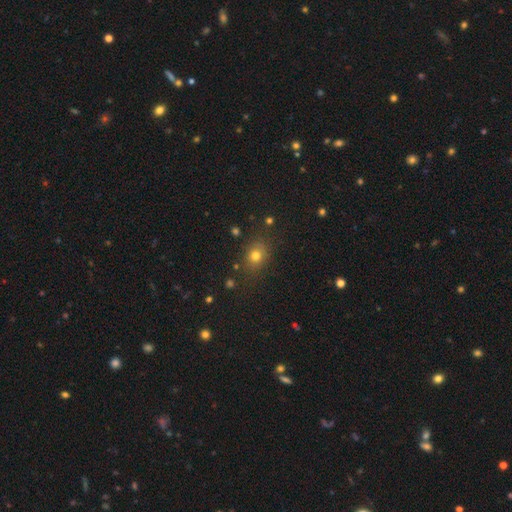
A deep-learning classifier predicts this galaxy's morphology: smooth-or-featured: smooth: 75% | star or artifact: 16% | featured or disk: 9%
  how-rounded: round: 63% | in between: 36% | cigar-shaped: 1%
  merging: none: 80% | minor disturbance: 13% | major disturbance: 4% | merger: 3%